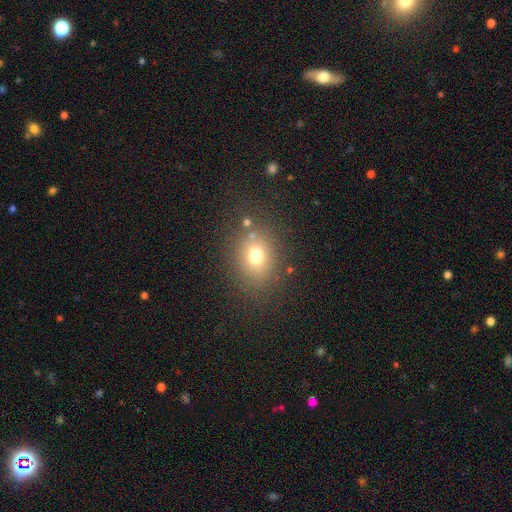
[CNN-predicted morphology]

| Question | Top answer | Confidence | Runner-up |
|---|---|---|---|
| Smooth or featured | smooth | 71% | star or artifact (17%) |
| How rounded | round | 55% | in between (44%) |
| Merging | none | 77% | minor disturbance (12%) |